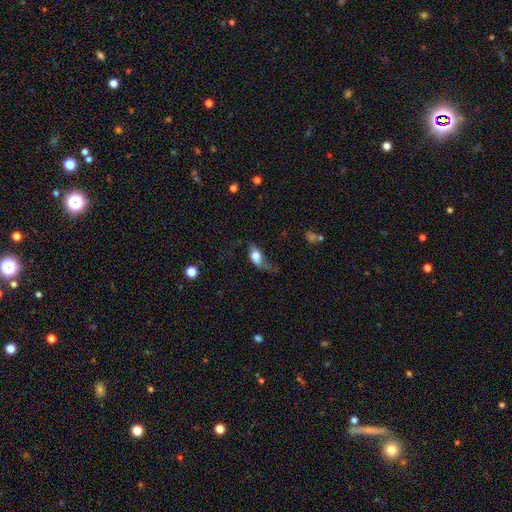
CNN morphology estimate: Smooth or featured? Predicted: smooth (p=0.51). How rounded? Predicted: in between (p=0.79). Merging? Predicted: none (p=0.42).